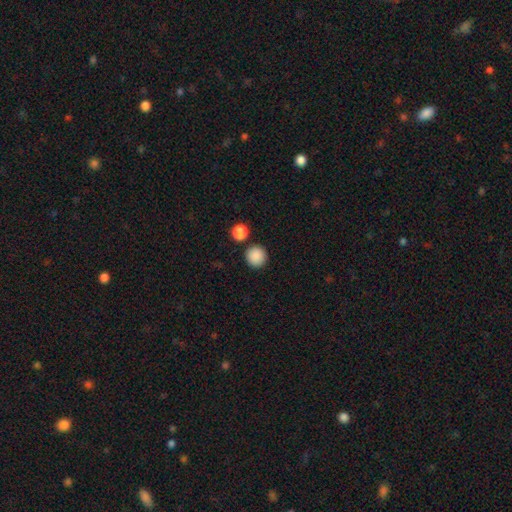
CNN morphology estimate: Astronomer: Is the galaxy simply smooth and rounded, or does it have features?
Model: smooth — 88%.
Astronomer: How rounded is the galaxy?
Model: round — 94%.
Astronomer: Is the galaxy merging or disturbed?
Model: none — 87%.